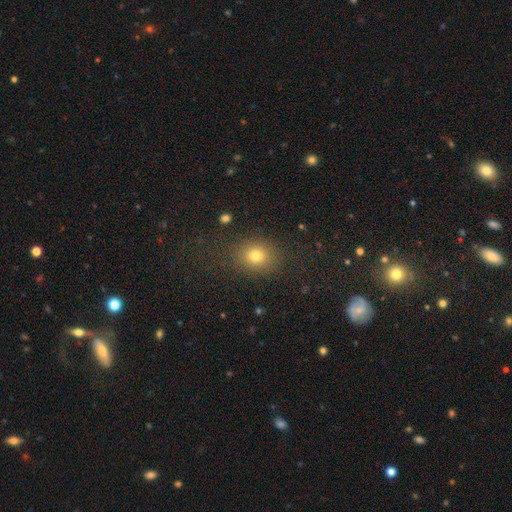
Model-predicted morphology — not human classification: Smooth or featured?
  - smooth: 77% *
  - star or artifact: 15%
  - featured or disk: 8%
How rounded?
  - round: 63% *
  - in between: 36%
  - cigar-shaped: 1%
Merging?
  - none: 81% *
  - minor disturbance: 10%
  - major disturbance: 6%
  - merger: 2%